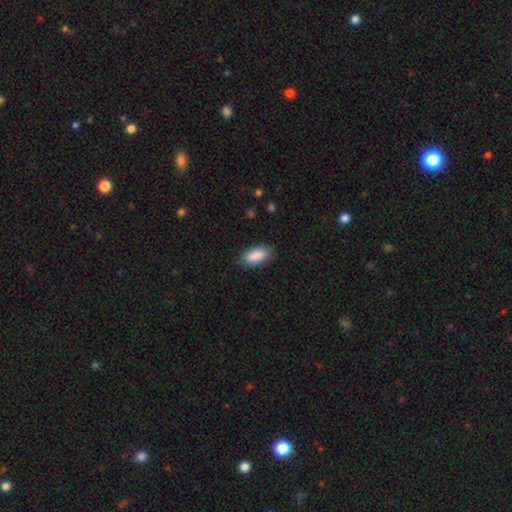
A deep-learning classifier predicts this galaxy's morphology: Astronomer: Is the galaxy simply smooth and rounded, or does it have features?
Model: smooth — 90%.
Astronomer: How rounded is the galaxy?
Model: in between — 91%.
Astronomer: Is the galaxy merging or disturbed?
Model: none — 84%.